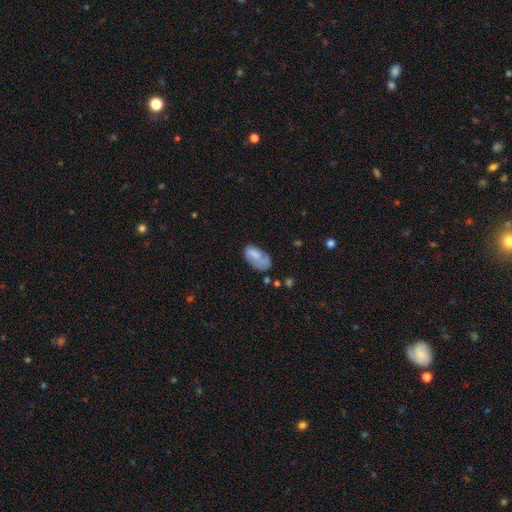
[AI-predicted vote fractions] A smooth galaxy with no disk features (69%) that is in between round and cigar-shaped (93%). Merging: none (42%).